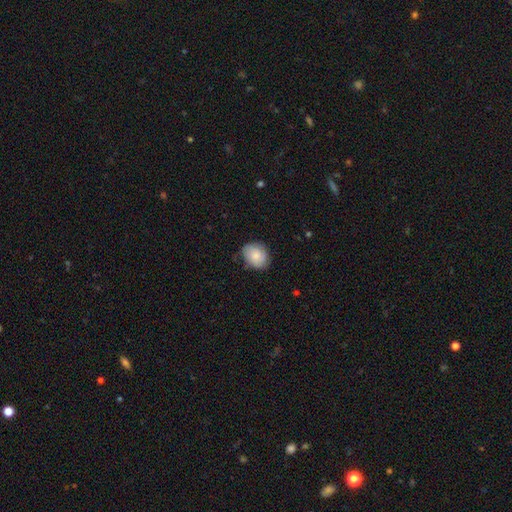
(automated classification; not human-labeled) This appears to be a smooth galaxy with no disk features (76%) that is in between round and cigar-shaped (53%). Merging: none (72%).